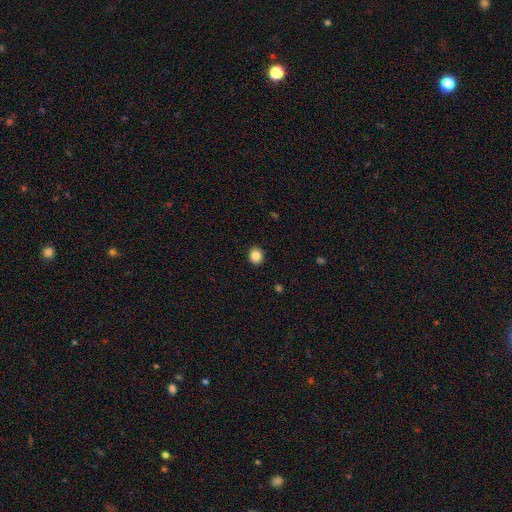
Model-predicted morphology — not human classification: A smooth galaxy with no disk features (85%) that is round (75%).

Vote fractions:
- Smooth or featured? smooth: 85% / star or artifact: 10% / featured or disk: 5%
- How rounded? round: 75% / in between: 24% / cigar-shaped: 1%
- Merging? none: 92% / minor disturbance: 6% / major disturbance: 2% / merger: 1%